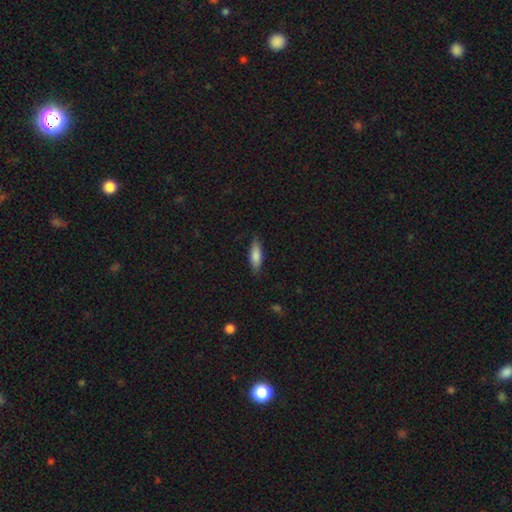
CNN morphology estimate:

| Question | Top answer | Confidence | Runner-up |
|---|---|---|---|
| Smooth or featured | smooth | 78% | featured or disk (15%) |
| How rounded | in between | 52% | cigar-shaped (46%) |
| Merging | none | 83% | minor disturbance (14%) |